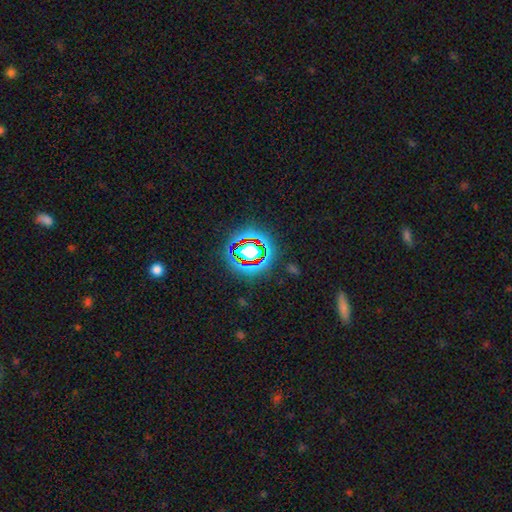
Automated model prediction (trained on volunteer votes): Smooth or featured? Predicted: star or artifact (p=0.74).